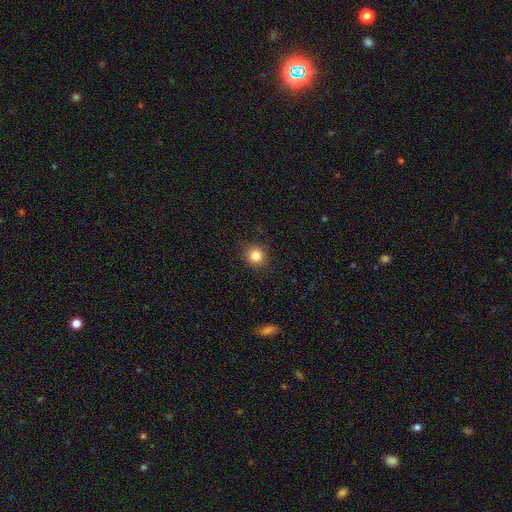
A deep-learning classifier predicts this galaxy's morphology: type=smooth (83%); roundness=round (89%); merging=none (88%).